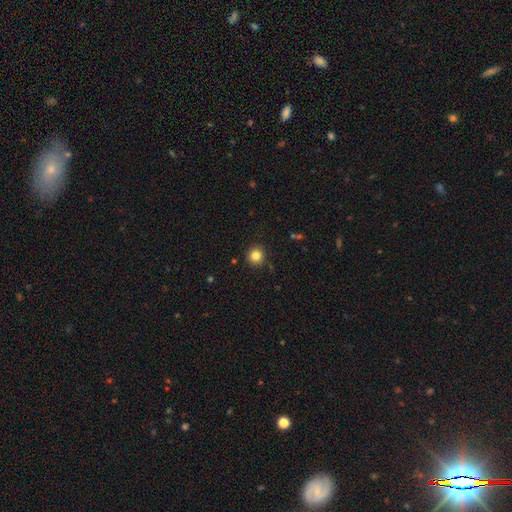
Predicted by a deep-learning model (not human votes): Q: Smooth or featured?
A: smooth (83%); runner-up: star or artifact (12%)
Q: How rounded?
A: round (93%); runner-up: in between (6%)
Q: Merging?
A: none (90%); runner-up: minor disturbance (7%)